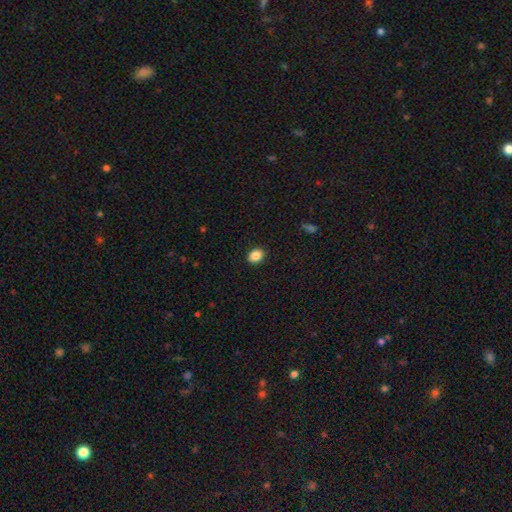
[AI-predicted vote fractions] Q: Smooth or featured?
A: smooth (87%); runner-up: star or artifact (9%)
Q: How rounded?
A: in between (62%); runner-up: round (37%)
Q: Merging?
A: none (90%); runner-up: minor disturbance (7%)